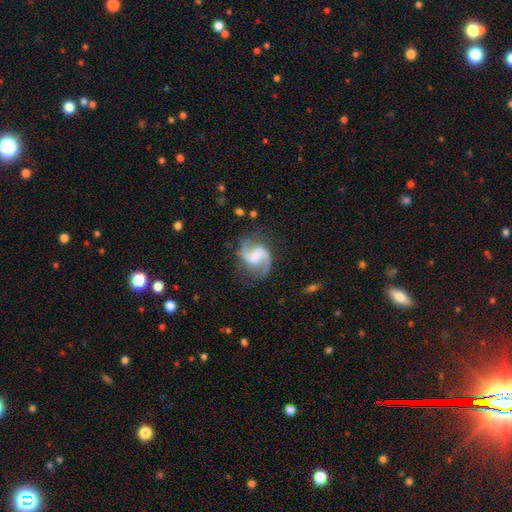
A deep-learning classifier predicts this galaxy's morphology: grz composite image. It shows a featured or disk galaxy (89%) with a weak bar (50%), 2 (93%) medium (47%) spiral arms (97%) and a moderate central bulge (30%, tied with none). Merging: none (77%).